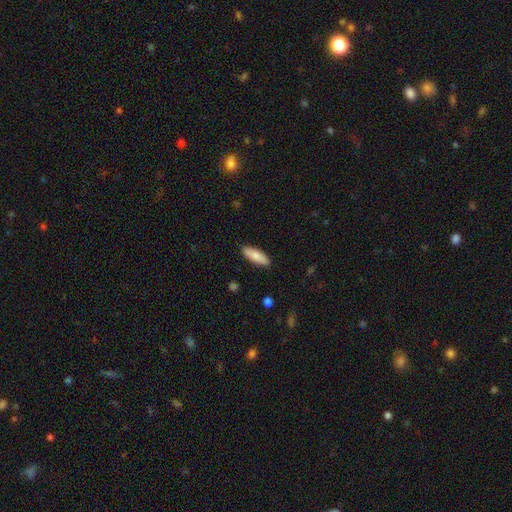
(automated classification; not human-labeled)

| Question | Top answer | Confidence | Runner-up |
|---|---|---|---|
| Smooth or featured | smooth | 82% | featured or disk (12%) |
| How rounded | in between | 53% | cigar-shaped (45%) |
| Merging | none | 88% | minor disturbance (9%) |